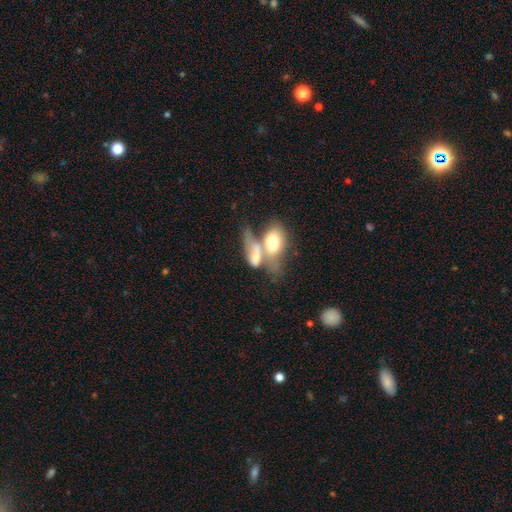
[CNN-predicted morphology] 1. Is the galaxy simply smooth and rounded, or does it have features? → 63% smooth, 30% featured or disk, 7% star or artifact.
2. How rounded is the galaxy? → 82% in between, 10% cigar-shaped, 8% round.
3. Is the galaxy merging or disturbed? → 73% merger, 11% none, 10% major disturbance, 7% minor disturbance.